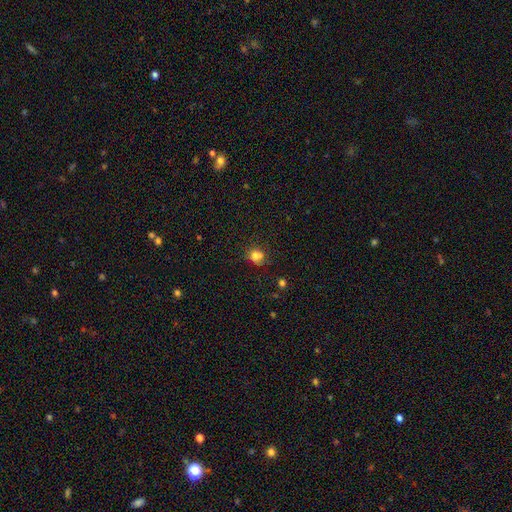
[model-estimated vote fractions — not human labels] This appears to be a smooth galaxy with no disk features (78%) that is round (75%). Merging: none (62%).